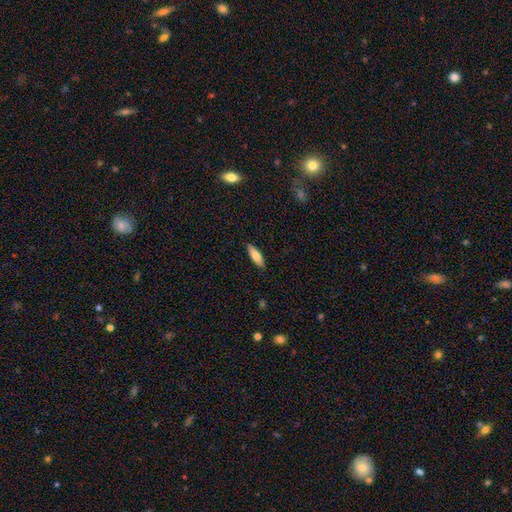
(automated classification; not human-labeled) smooth 76%, featured or disk 18%, star or artifact 6%. Down the decision tree: how rounded — in between (54%); merging — none (87%).